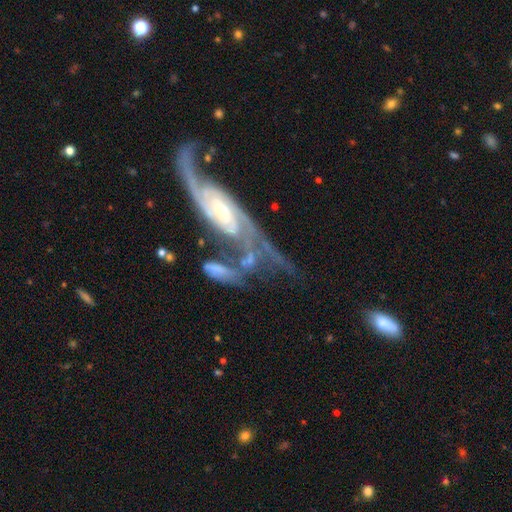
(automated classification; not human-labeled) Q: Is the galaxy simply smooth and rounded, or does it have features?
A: featured or disk — 89%.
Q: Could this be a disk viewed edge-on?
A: no — 88%.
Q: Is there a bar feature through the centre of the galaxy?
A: weak — 39%.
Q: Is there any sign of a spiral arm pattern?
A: yes — 96%.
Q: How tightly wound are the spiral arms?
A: medium — 43%.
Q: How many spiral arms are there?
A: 2 — 81%.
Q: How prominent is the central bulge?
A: small — 40%.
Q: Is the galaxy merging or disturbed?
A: none — 39%.